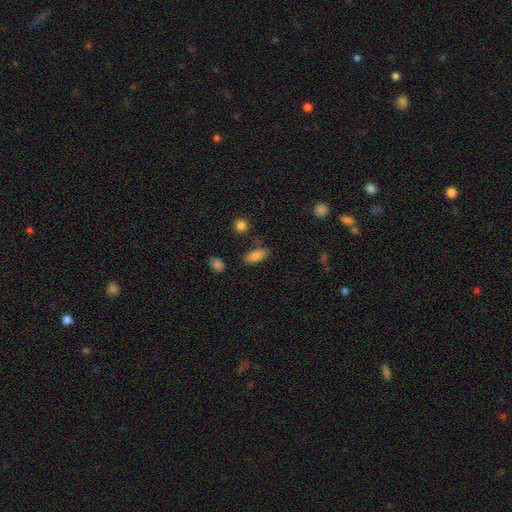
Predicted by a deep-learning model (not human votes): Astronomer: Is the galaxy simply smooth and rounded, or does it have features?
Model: smooth — 80%.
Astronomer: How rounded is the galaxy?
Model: in between — 84%.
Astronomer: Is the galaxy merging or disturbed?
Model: none — 78%.